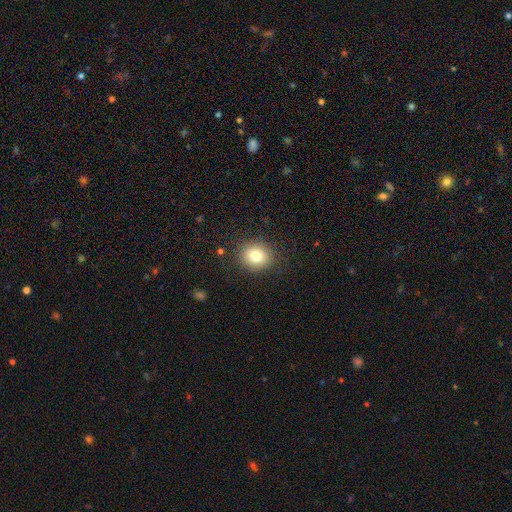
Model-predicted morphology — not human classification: Smooth or featured? smooth (81%)
How rounded? round (70%)
Merging? none (87%)